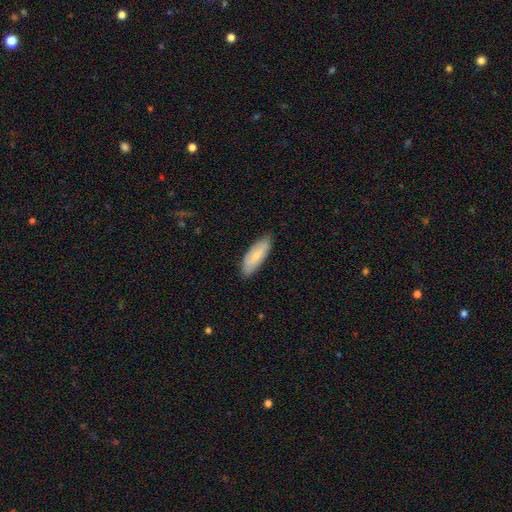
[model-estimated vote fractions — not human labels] A smooth galaxy with no disk features (75%) that is in between round and cigar-shaped (69%). Merging: none (83%).